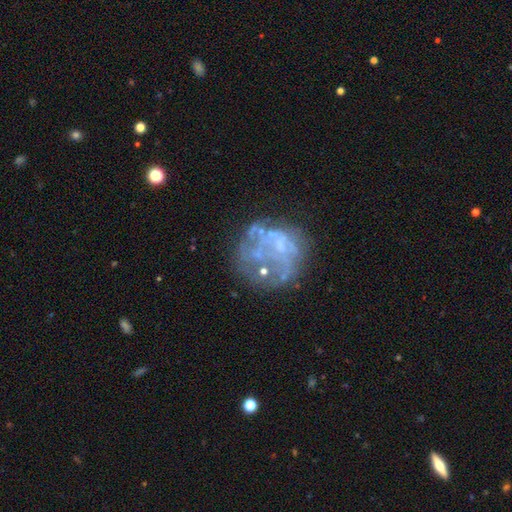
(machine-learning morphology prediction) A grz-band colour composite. It shows a featured or disk galaxy (69%) with no bar (84%), no spiral arms (79%) and no central bulge (60%). Merging: none (48%).